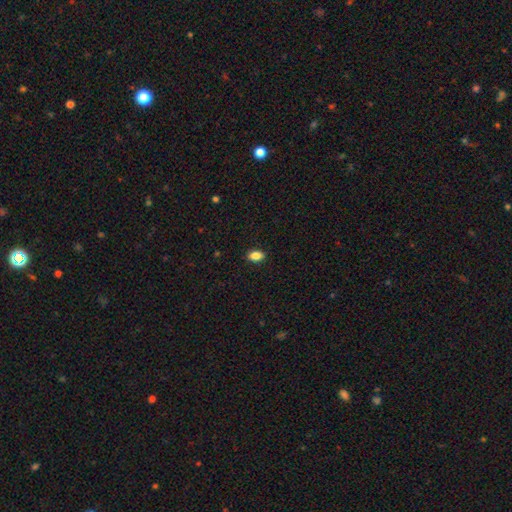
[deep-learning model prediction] Overall: smooth (86%). How rounded: in between (87%). Merging: none (90%).